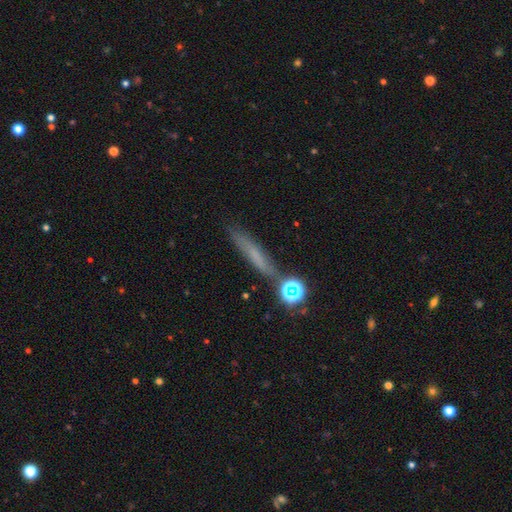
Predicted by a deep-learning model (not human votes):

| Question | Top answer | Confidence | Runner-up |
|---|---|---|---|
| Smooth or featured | smooth | 55% | featured or disk (28%) |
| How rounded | cigar-shaped | 81% | in between (11%) |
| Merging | none | 72% | minor disturbance (15%) |